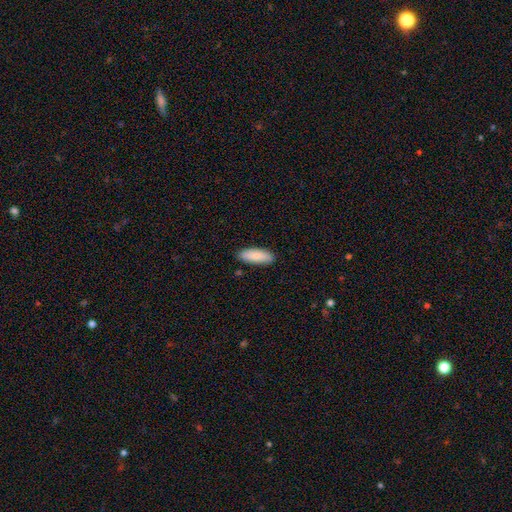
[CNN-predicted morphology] Smooth or featured?
  - smooth: 86% *
  - featured or disk: 8%
  - star or artifact: 6%
How rounded?
  - in between: 67% *
  - cigar-shaped: 32%
  - round: 2%
Merging?
  - none: 87% *
  - minor disturbance: 10%
  - major disturbance: 2%
  - merger: 1%